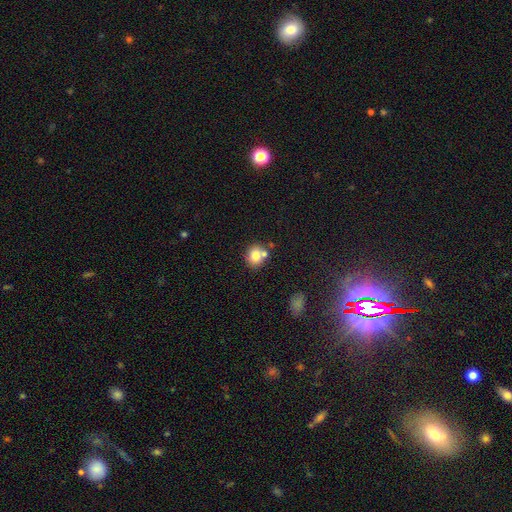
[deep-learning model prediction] This appears to be a smooth galaxy with no disk features (77%) that is round (77%). Merging: none (57%).